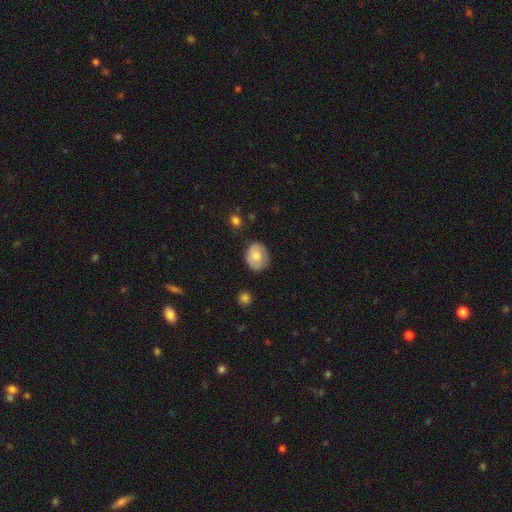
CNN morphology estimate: Smooth or featured: smooth — 62% (featured or disk — 30%)
How rounded: round — 64% (in between — 35%)
Merging: none — 76% (minor disturbance — 18%)